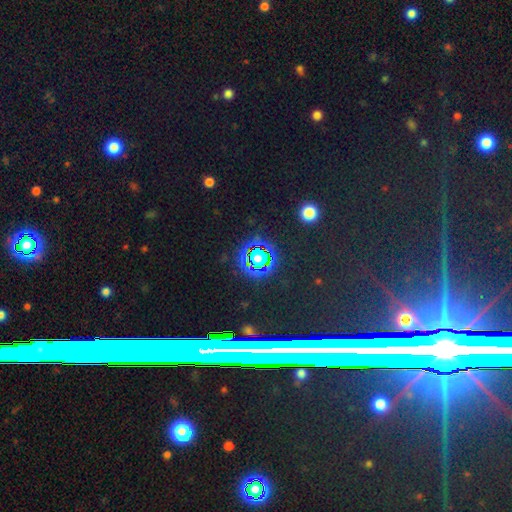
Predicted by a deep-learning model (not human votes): smooth-or-featured: star or artifact: 76% | featured or disk: 13% | smooth: 12%